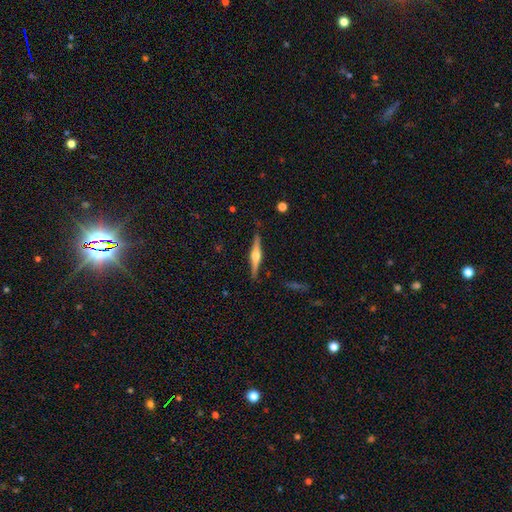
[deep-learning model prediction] Smooth or featured? featured or disk (76%)
Edge-on disk? yes (98%)
Edge-on bulge? rounded (92%)
Merging? none (88%)